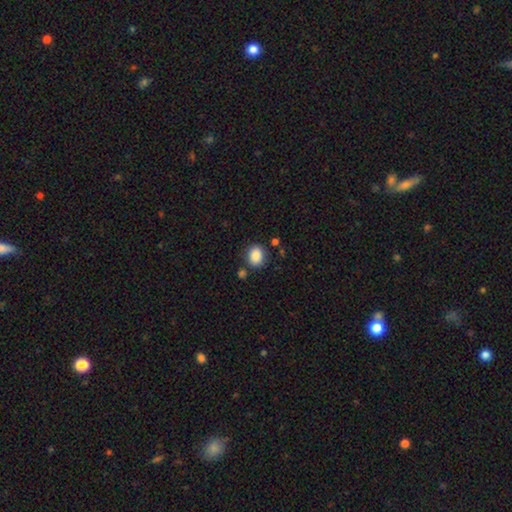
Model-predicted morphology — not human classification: This appears to be a smooth galaxy with no disk features (88%) that is in between round and cigar-shaped (52%). Merging: none (79%).